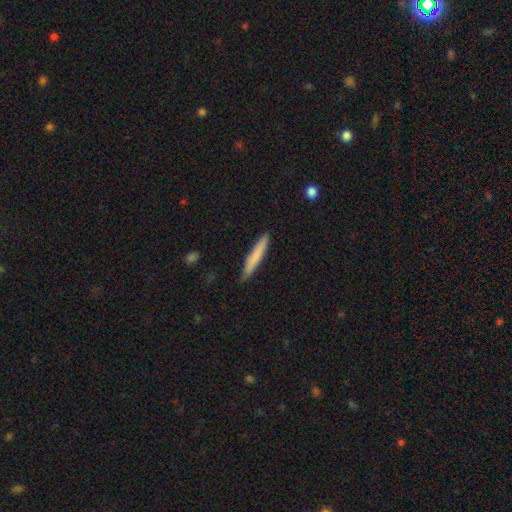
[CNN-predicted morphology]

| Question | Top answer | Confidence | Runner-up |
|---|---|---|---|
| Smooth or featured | smooth | 77% | featured or disk (18%) |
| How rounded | cigar-shaped | 94% | in between (5%) |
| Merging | none | 84% | minor disturbance (13%) |